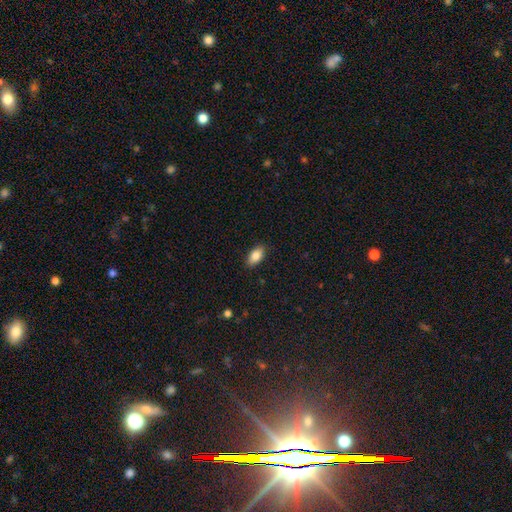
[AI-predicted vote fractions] Smooth or featured? Predicted: smooth (p=0.85). How rounded? Predicted: in between (p=0.91). Merging? Predicted: none (p=0.87).